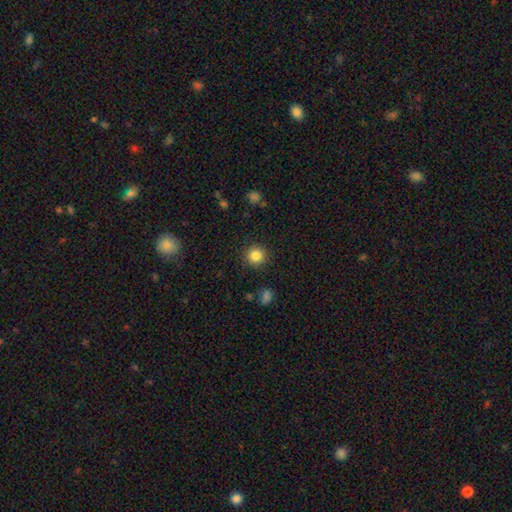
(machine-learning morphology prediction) A smooth galaxy with no disk features (84%) that is round (94%). Merging: none (90%).